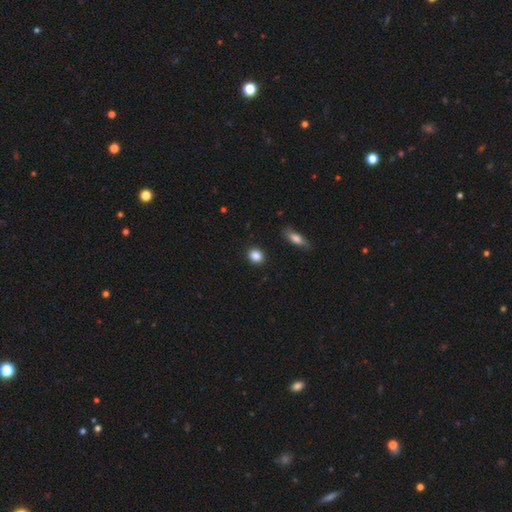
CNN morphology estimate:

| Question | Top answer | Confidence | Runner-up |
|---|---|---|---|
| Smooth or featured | smooth | 87% | star or artifact (9%) |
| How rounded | round | 73% | in between (25%) |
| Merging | none | 90% | minor disturbance (6%) |